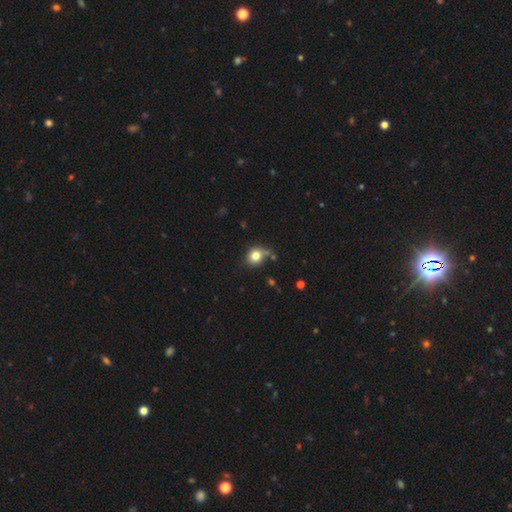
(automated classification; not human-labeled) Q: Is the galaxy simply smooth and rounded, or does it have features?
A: smooth — 80%.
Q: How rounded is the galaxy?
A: round — 76%.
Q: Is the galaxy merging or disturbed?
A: none — 64%.